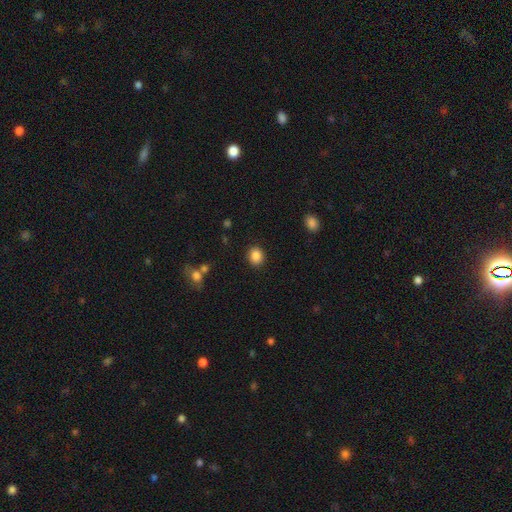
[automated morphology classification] smooth_or_featured: smooth (p=0.87) [alt: star or artifact p=0.09]
how_rounded: round (p=0.63) [alt: in between p=0.36]
merging: none (p=0.89) [alt: minor disturbance p=0.07]